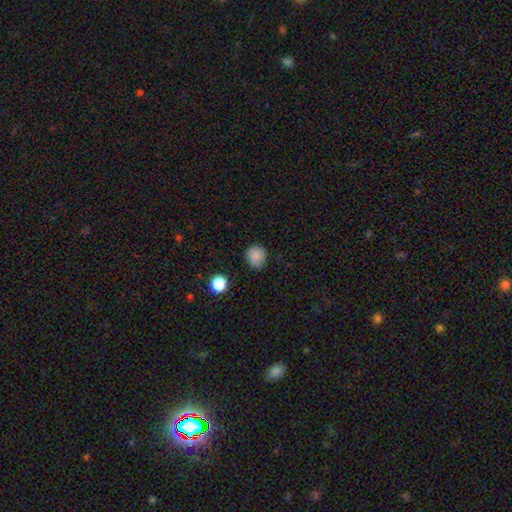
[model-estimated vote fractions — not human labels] smooth 86%, star or artifact 10%, featured or disk 5%. Down the decision tree: how rounded — round (84%); merging — none (83%).